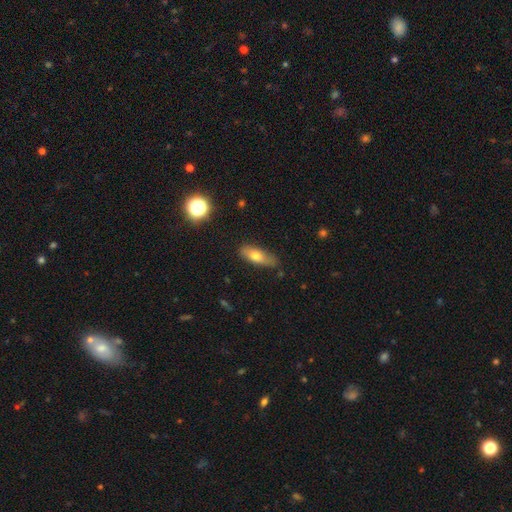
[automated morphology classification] Overall: smooth (69%). How rounded: in between (59%; cigar-shaped 37%). Merging: none (76%).